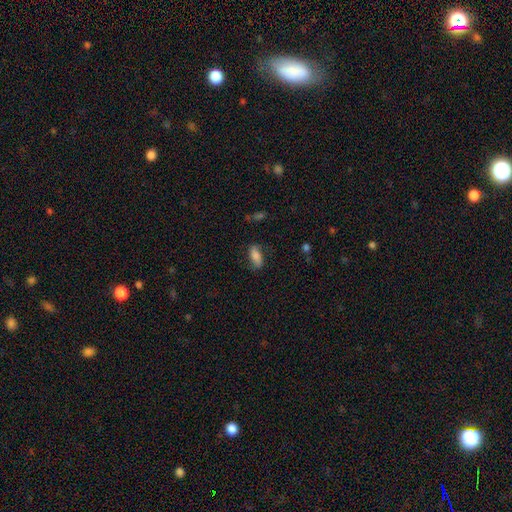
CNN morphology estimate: A smooth galaxy with no disk features (71%) that is in between round and cigar-shaped (81%). Merging: none (69%).